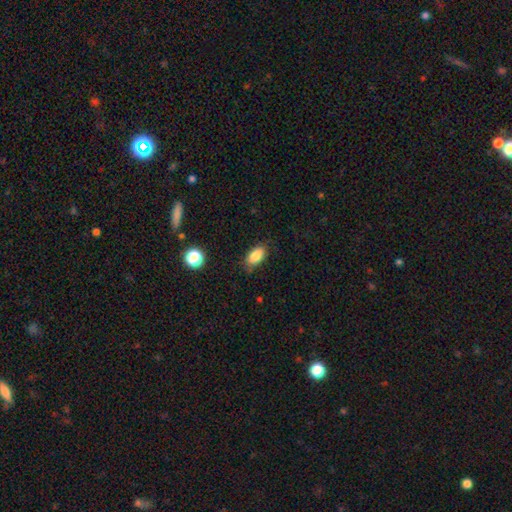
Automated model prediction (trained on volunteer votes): smooth 85%, star or artifact 8%, featured or disk 6%. Down the decision tree: how rounded — in between (91%); merging — none (79%).